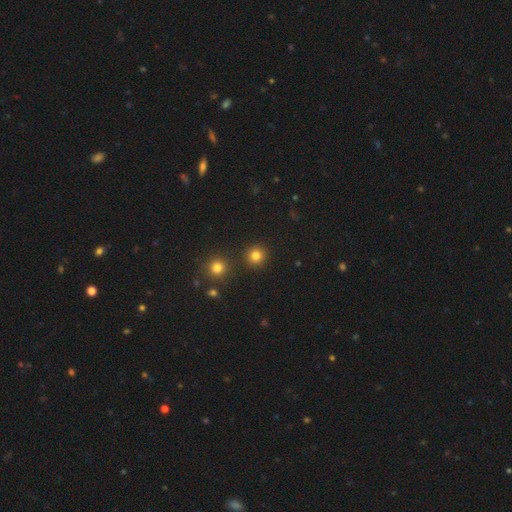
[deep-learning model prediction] Morphology: type=smooth (81%); roundness=round (94%); merging=none (90%).